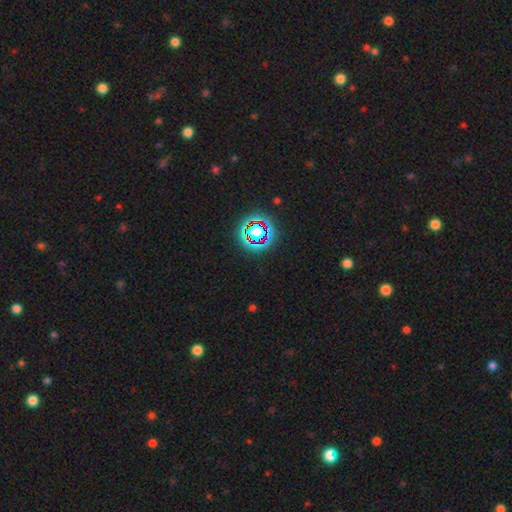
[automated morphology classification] Smooth or featured? star or artifact (73%)